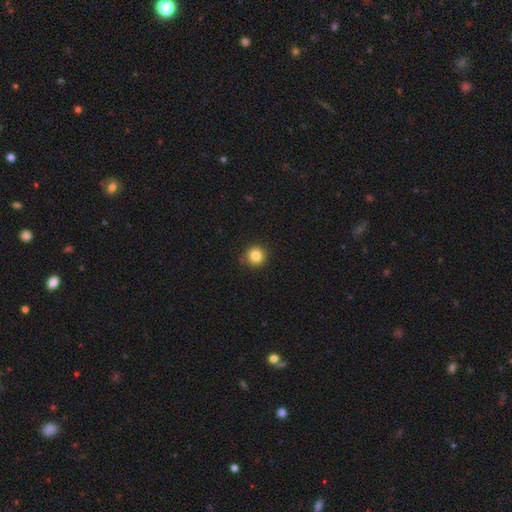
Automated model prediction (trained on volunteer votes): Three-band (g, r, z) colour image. It shows a smooth galaxy with no disk features (83%) that is round (95%). Merging: none (89%).